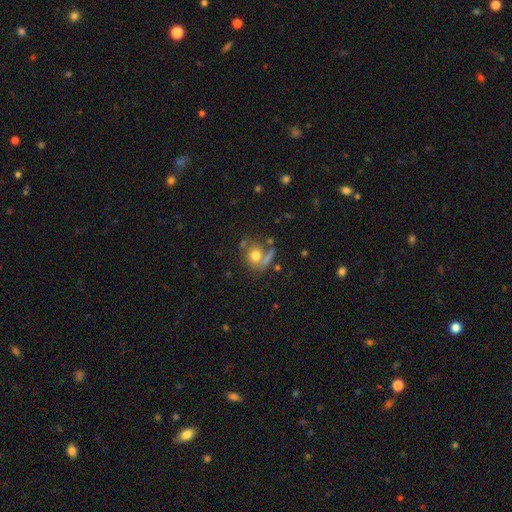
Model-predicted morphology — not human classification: smooth_or_featured: smooth (p=0.70) [alt: featured or disk p=0.19]
how_rounded: round (p=0.70) [alt: in between p=0.27]
merging: none (p=0.50) [alt: merger p=0.23]